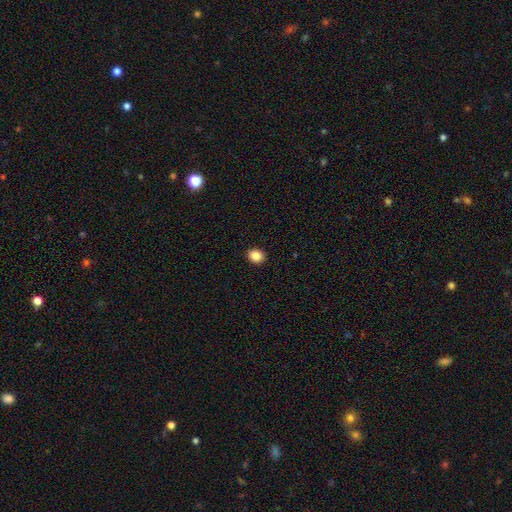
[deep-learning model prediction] This appears to be a smooth galaxy with no disk features (87%) that is round (63%). Merging: none (92%).